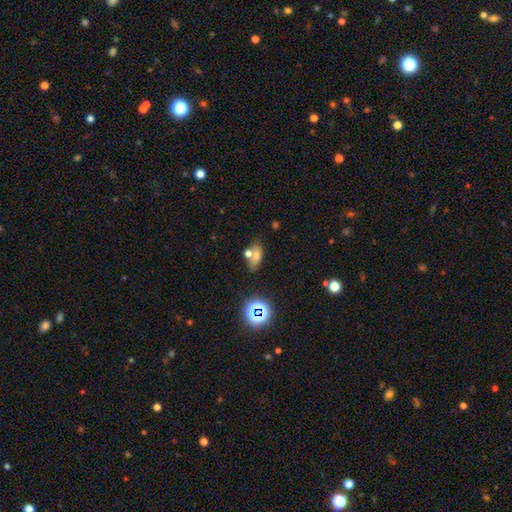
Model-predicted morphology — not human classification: A smooth galaxy with no disk features (64%) that is in between round and cigar-shaped (77%).

Vote fractions:
- Smooth or featured? smooth: 64% / star or artifact: 20% / featured or disk: 15%
- How rounded? in between: 77% / cigar-shaped: 12% / round: 11%
- Merging? none: 57% / merger: 23% / minor disturbance: 14% / major disturbance: 6%